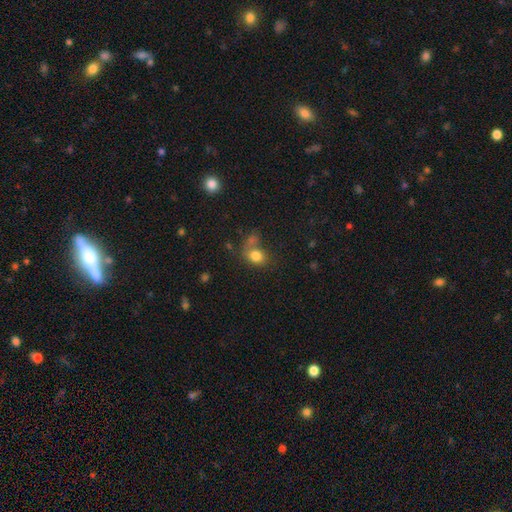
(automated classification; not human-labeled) This is clearly a smooth galaxy (80%). How rounded: possibly in between (51%). Merging: possibly none (45%).